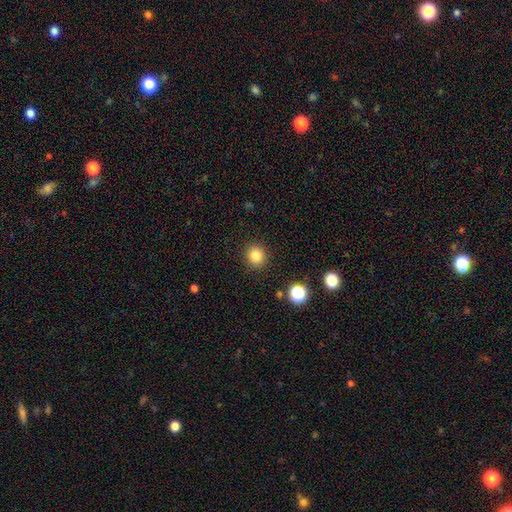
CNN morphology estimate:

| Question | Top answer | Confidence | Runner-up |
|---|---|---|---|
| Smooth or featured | smooth | 82% | star or artifact (12%) |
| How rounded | round | 87% | in between (12%) |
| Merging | none | 90% | minor disturbance (6%) |